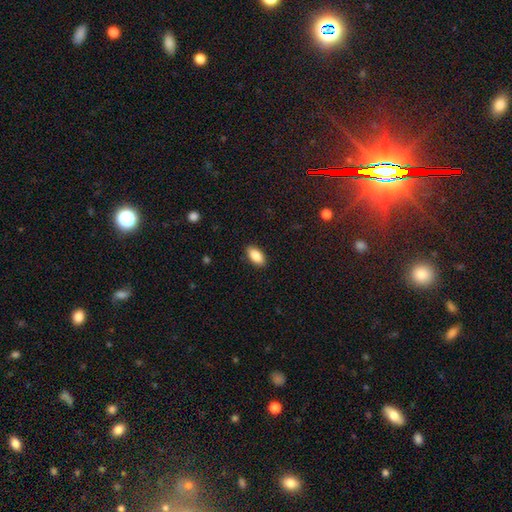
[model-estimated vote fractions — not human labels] A smooth galaxy with no disk features (88%) that is in between round and cigar-shaped (92%). Merging: none (89%).